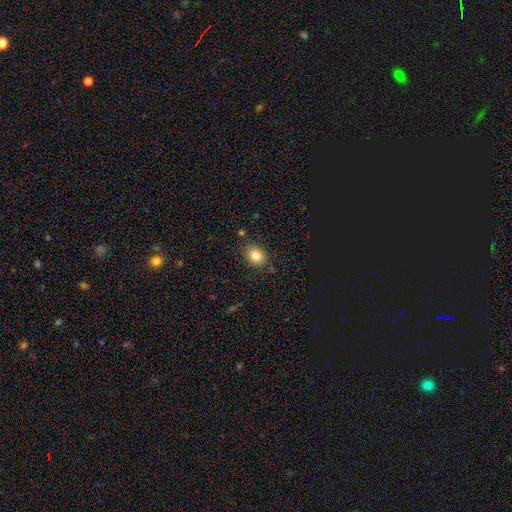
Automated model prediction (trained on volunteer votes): This appears to be a smooth galaxy with no disk features (84%) that is in between round and cigar-shaped (56%). Merging: none (84%).